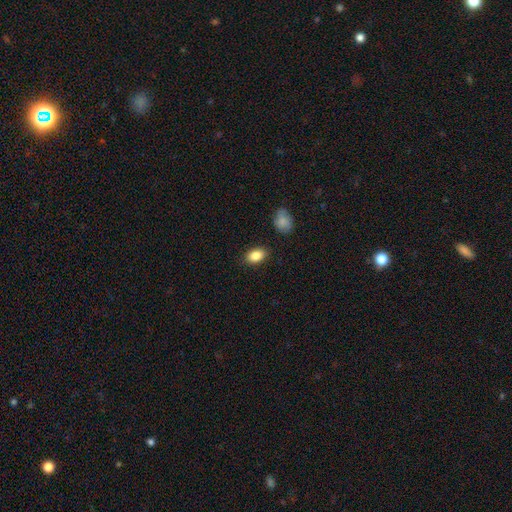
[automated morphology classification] Smooth or featured? smooth (86%)
How rounded? in between (86%)
Merging? none (87%)